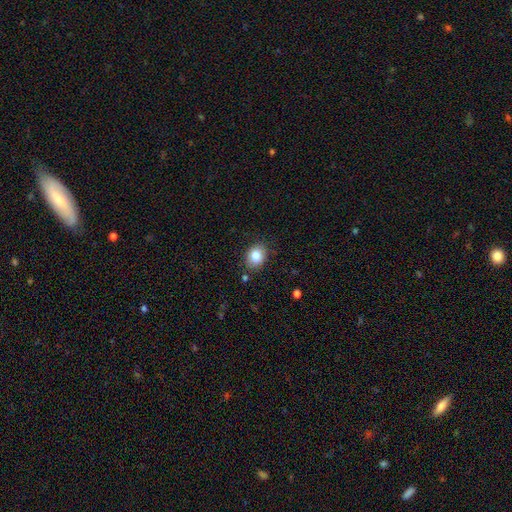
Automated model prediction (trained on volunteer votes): Smooth or featured? smooth (83%)
How rounded? in between (56%)
Merging? none (85%)